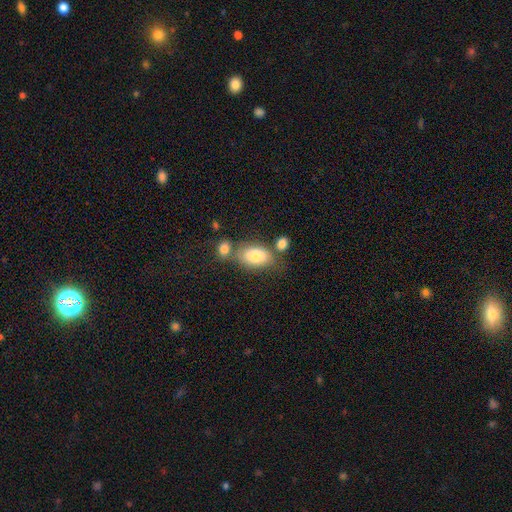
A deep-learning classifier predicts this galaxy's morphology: The model was most divided on "merging": none: 51%, merger: 25%, minor disturbance: 17%, major disturbance: 6%. More confident: how rounded — in between (90%); smooth or featured — smooth (79%).